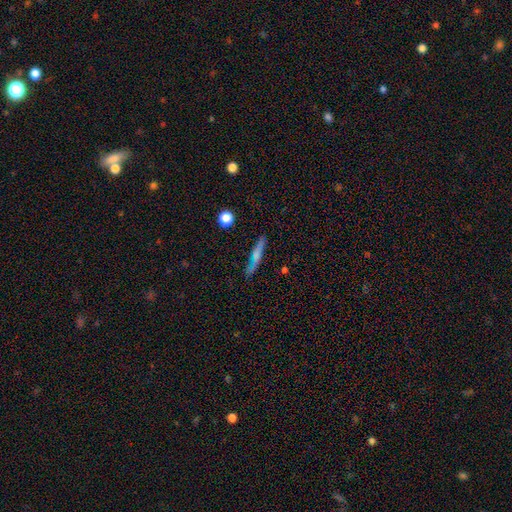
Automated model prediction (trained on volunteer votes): A smooth galaxy with no disk features (47%).

Vote fractions:
- Smooth or featured? smooth: 47% / featured or disk: 44% / star or artifact: 8%
- Merging? none: 74% / minor disturbance: 18% / major disturbance: 5% / merger: 3%